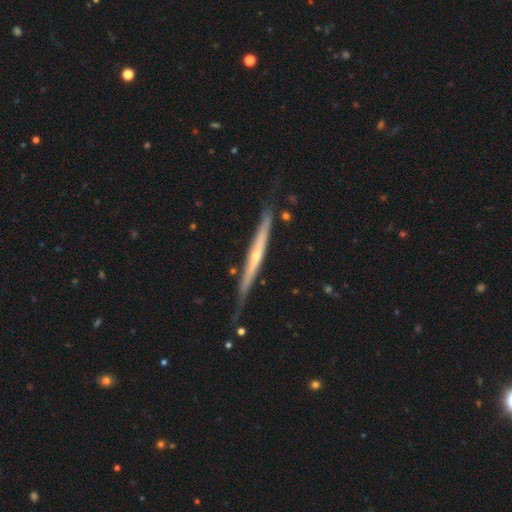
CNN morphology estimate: Q: Smooth or featured?
A: featured or disk (75%); runner-up: smooth (20%)
Q: Edge-on disk?
A: yes (96%); runner-up: no (4%)
Q: Edge-on bulge?
A: rounded (62%); runner-up: none (35%)
Q: Merging?
A: none (76%); runner-up: minor disturbance (19%)